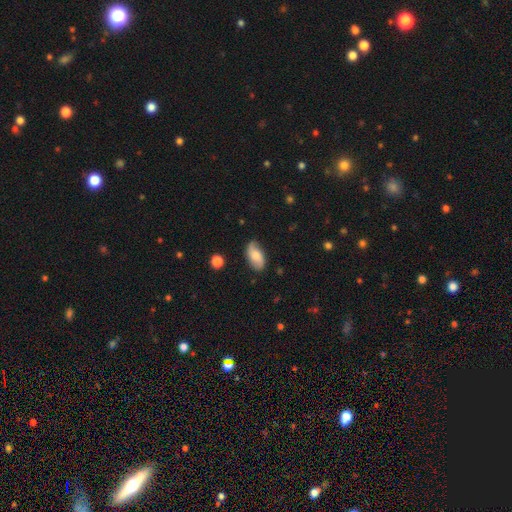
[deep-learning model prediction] Morphology: type=smooth (62%); roundness=in between (93%); merging=none (78%).